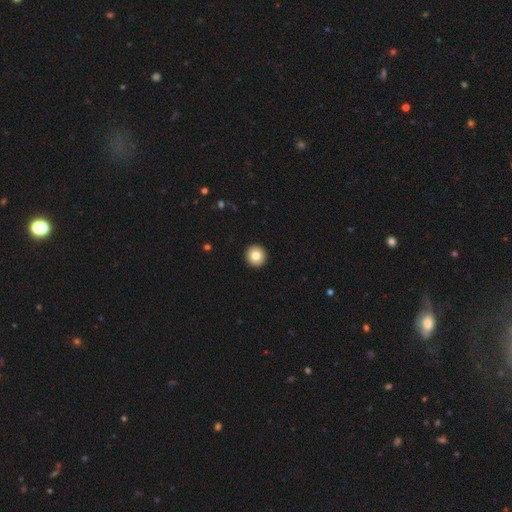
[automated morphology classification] This is clearly a smooth galaxy (81%). How rounded: clearly round (96%). Merging: clearly none (94%).